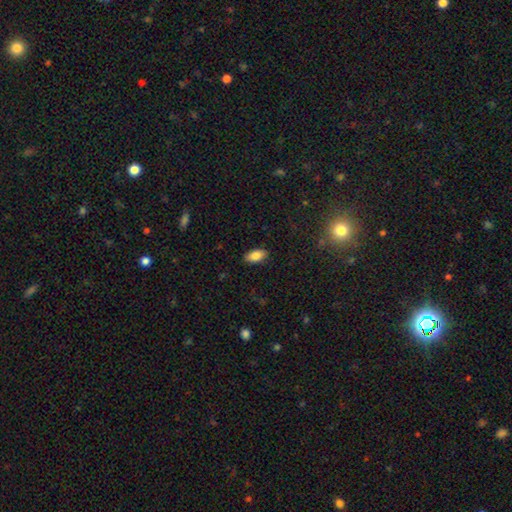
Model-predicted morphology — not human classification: Overall: smooth (85%). How rounded: in between (92%). Merging: none (87%).